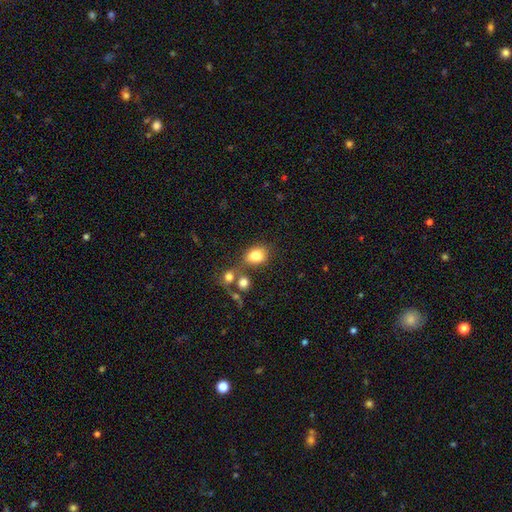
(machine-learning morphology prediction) A smooth galaxy with no disk features (81%) that is in between round and cigar-shaped (63%). Merging: none (55%).